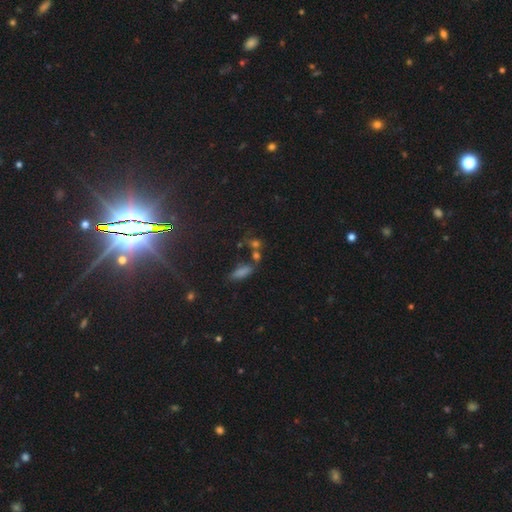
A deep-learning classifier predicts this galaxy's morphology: The model was most divided on "smooth or featured": star or artifact: 45%, smooth: 42%, featured or disk: 14%.